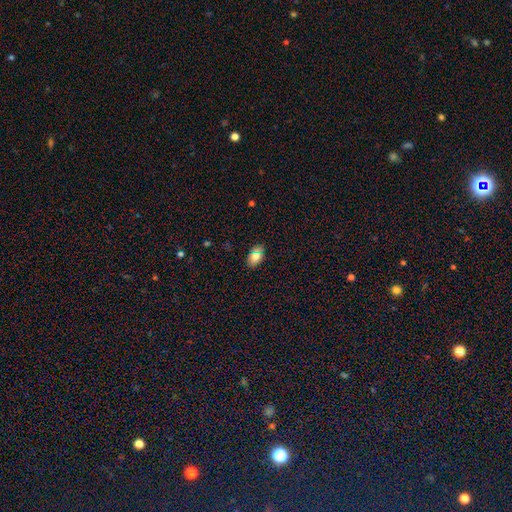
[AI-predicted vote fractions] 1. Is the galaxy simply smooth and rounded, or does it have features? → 76% smooth, 15% star or artifact, 10% featured or disk.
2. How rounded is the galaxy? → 88% in between, 10% round, 2% cigar-shaped.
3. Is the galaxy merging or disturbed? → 85% none, 11% minor disturbance, 2% major disturbance, 2% merger.